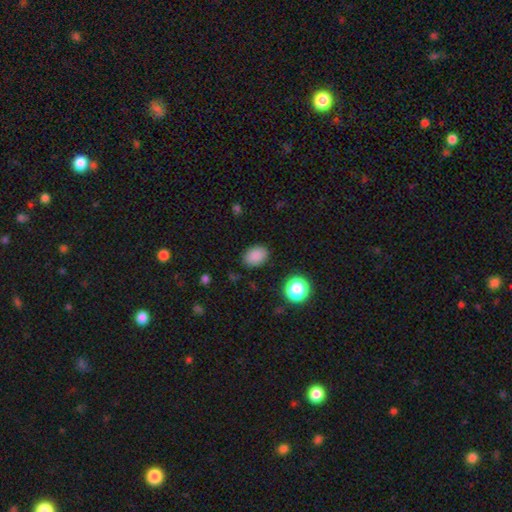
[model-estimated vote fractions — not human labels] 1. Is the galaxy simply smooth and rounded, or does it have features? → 85% smooth, 11% star or artifact, 4% featured or disk.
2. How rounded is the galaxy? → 70% in between, 29% round, 1% cigar-shaped.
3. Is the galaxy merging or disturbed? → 85% none, 10% minor disturbance, 3% major disturbance, 1% merger.